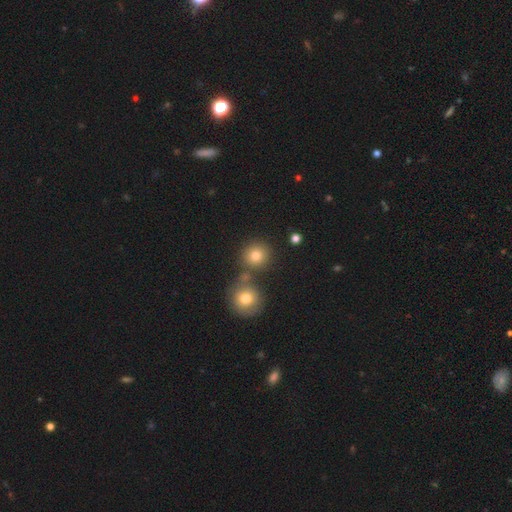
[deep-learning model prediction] A smooth galaxy with no disk features (78%) that is round (90%). Merging: none (71%).